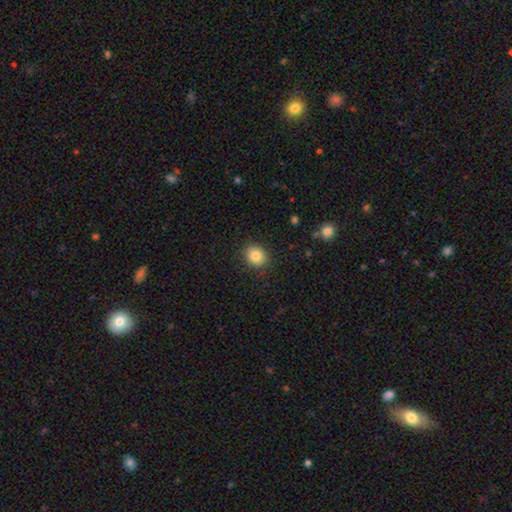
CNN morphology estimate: A smooth galaxy with no disk features (84%) that is round (67%). Merging: none (87%).